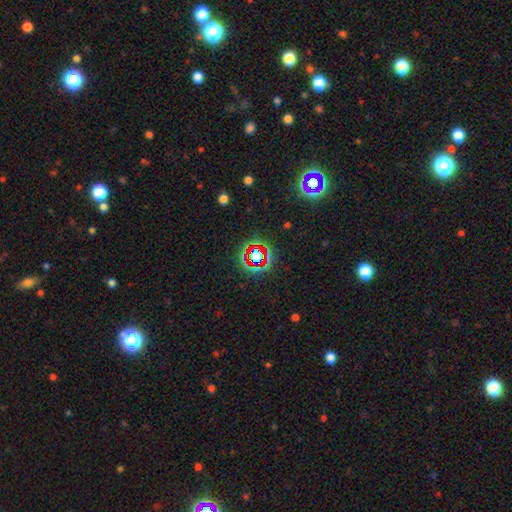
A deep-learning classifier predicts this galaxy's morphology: type=star or artifact (72%).